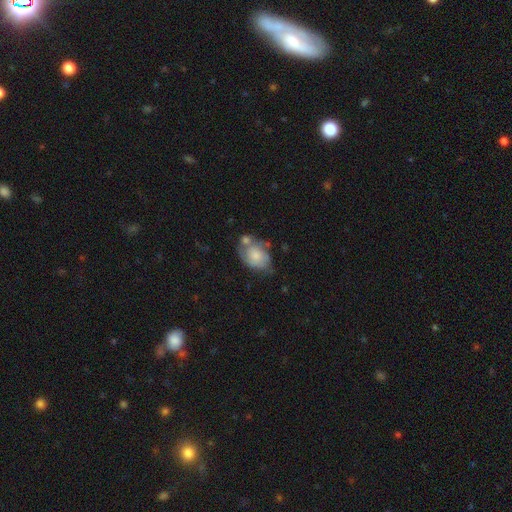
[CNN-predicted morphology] Smooth or featured? smooth (63%)
How rounded? in between (80%)
Merging? none (37%)